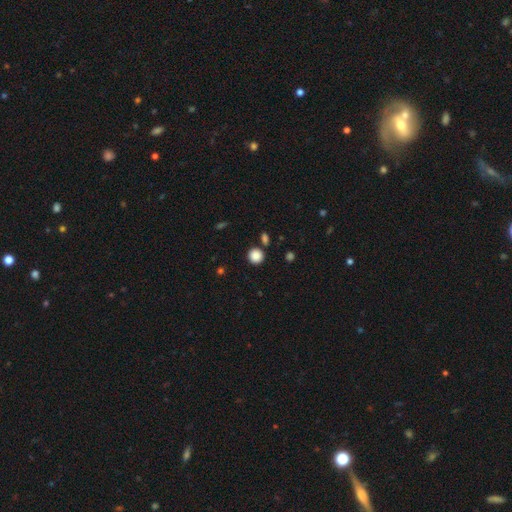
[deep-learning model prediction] This appears to be a smooth galaxy with no disk features (87%) that is round (92%). Merging: none (83%).